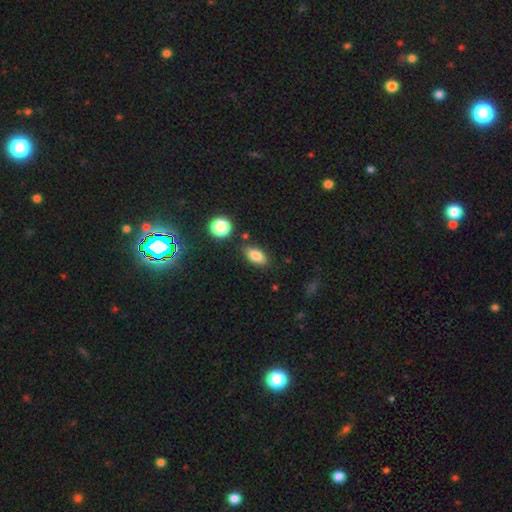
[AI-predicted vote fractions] A smooth galaxy with no disk features (81%) that is in between round and cigar-shaped (84%).

Vote fractions:
- Smooth or featured? smooth: 81% / star or artifact: 10% / featured or disk: 9%
- How rounded? in between: 84% / cigar-shaped: 9% / round: 7%
- Merging? none: 82% / minor disturbance: 11% / merger: 5% / major disturbance: 3%